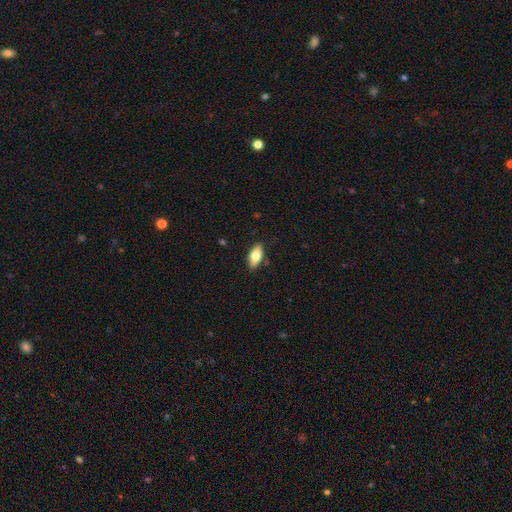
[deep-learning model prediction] Smooth or featured? Predicted: smooth (p=0.76). How rounded? Predicted: in between (p=0.86). Merging? Predicted: none (p=0.86).